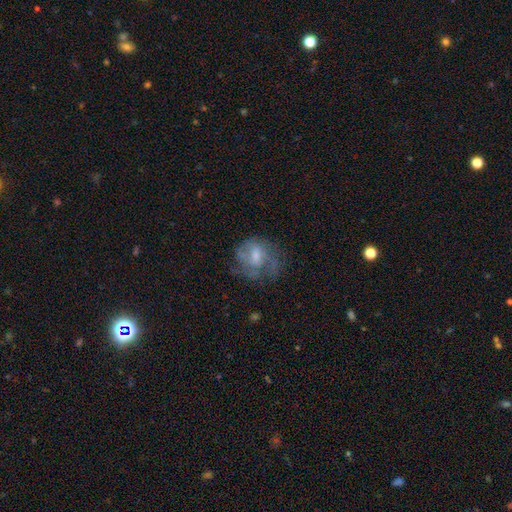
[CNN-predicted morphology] This appears to be a featured or disk galaxy (56%) with no bar (52%), spiral arms (59%) and a moderate central bulge (43%). Merging: none (53%).